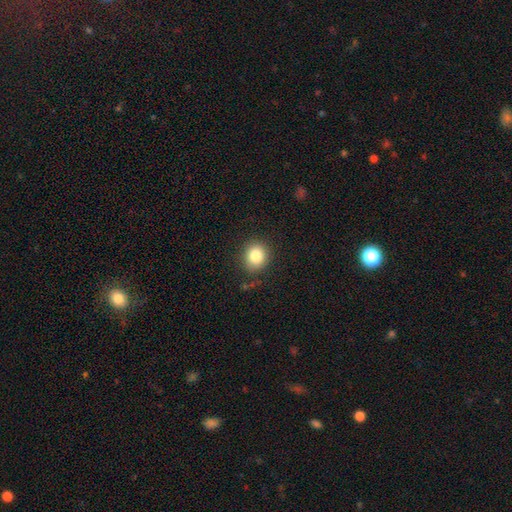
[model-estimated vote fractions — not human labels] A smooth galaxy with no disk features (83%) that is round (78%). Merging: none (85%).